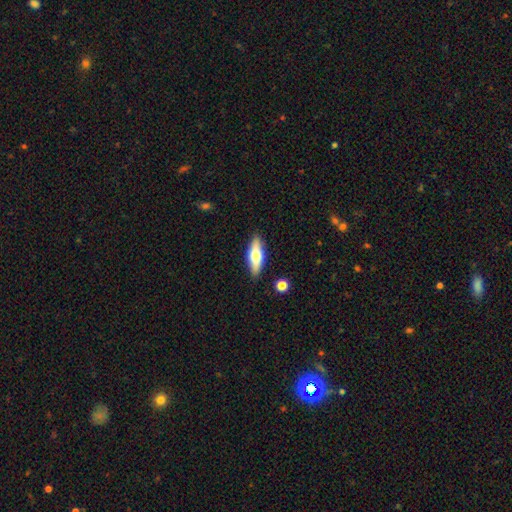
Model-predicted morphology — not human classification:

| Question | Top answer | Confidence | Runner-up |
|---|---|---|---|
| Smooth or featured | smooth | 55% | featured or disk (39%) |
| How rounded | in between | 58% | cigar-shaped (39%) |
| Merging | none | 87% | minor disturbance (9%) |